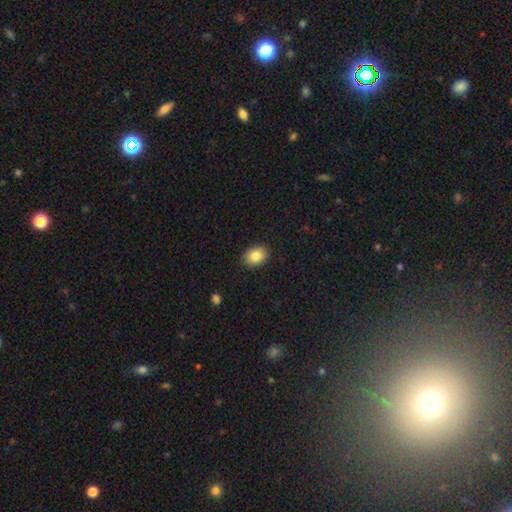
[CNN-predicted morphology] smooth-or-featured: smooth: 85% | star or artifact: 8% | featured or disk: 6%
  how-rounded: in between: 72% | round: 27% | cigar-shaped: 1%
  merging: none: 89% | minor disturbance: 8% | major disturbance: 2% | merger: 1%